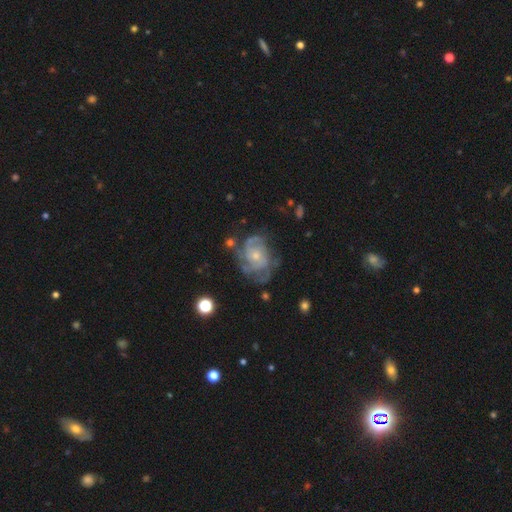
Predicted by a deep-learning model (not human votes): This appears to be a featured or disk galaxy (84%) with no bar (73%), 3 (29%) tight (48%) spiral arms (93%) and a small central bulge (55%). Merging: none (58%).